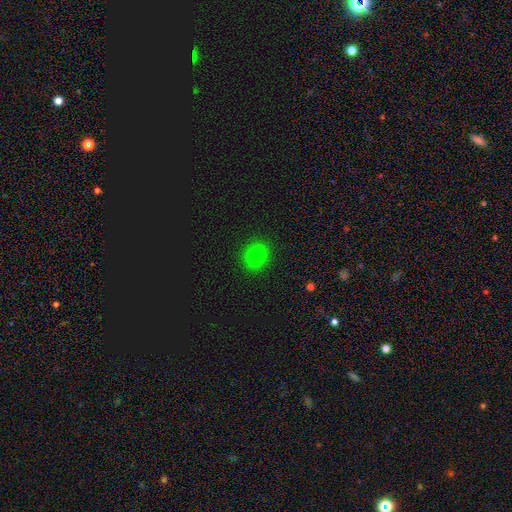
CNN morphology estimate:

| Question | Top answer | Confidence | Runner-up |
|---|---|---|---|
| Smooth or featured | smooth | 81% | star or artifact (14%) |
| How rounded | round | 68% | in between (31%) |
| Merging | none | 89% | minor disturbance (7%) |